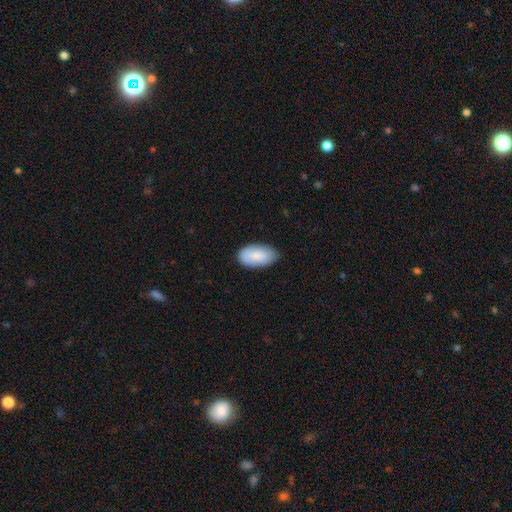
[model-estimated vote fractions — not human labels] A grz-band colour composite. It shows a smooth galaxy with no disk features (85%) that is in between round and cigar-shaped (96%). Merging: none (78%).